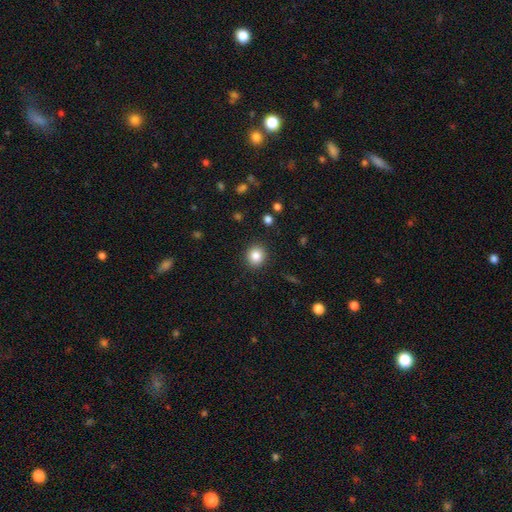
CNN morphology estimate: type=smooth (85%); roundness=round (85%); merging=none (90%).